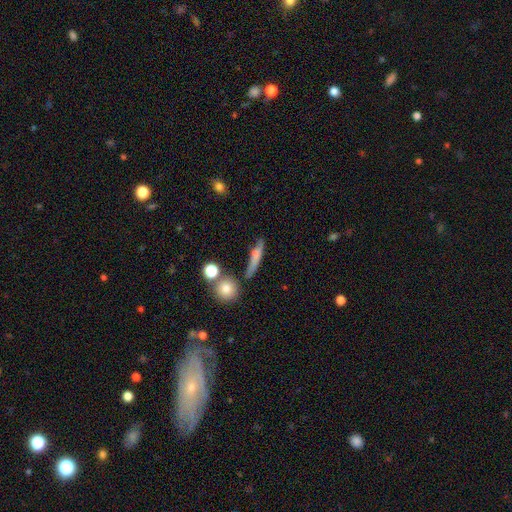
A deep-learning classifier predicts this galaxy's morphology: Smooth or featured: smooth — 63% (featured or disk — 28%)
How rounded: cigar-shaped — 74% (in between — 17%)
Merging: none — 62% (minor disturbance — 19%)